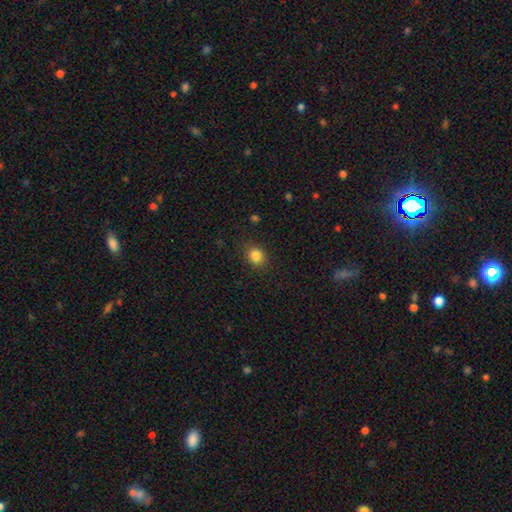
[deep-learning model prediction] Smooth or featured? smooth (84%)
How rounded? round (62%)
Merging? none (85%)